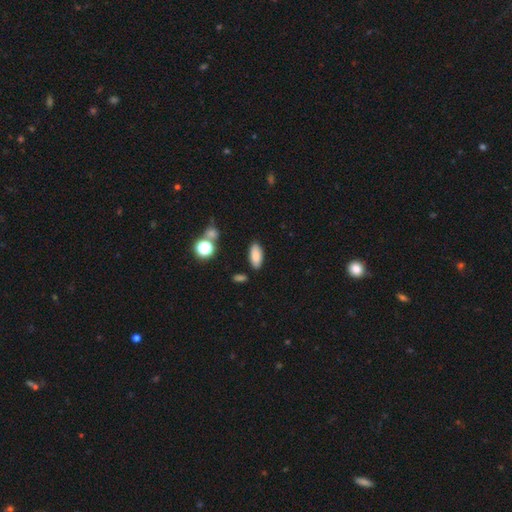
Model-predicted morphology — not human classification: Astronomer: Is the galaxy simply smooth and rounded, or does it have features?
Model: smooth — 84%.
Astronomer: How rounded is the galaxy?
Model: in between — 86%.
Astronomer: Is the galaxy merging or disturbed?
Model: none — 84%.